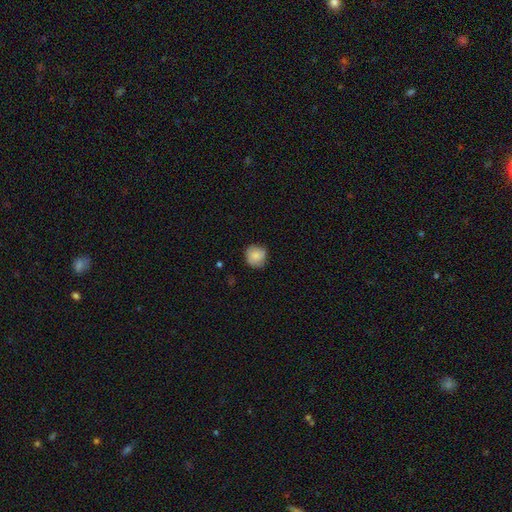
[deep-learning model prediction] smooth_or_featured: smooth (p=0.81) [alt: featured or disk p=0.11]
how_rounded: round (p=0.89) [alt: in between p=0.10]
merging: none (p=0.74) [alt: minor disturbance p=0.20]